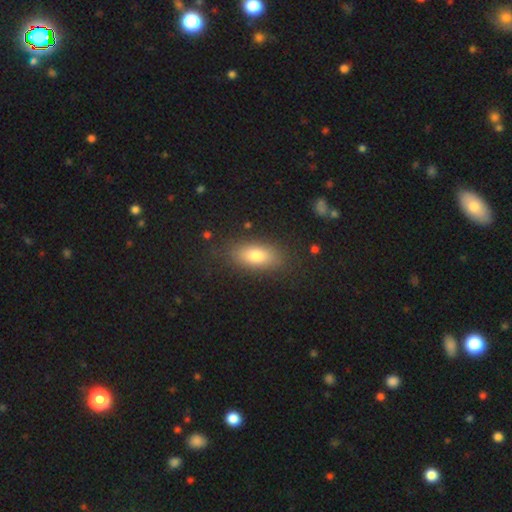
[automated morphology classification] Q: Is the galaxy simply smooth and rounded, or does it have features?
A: smooth — 77%.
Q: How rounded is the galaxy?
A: in between — 84%.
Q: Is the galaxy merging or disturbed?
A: none — 83%.